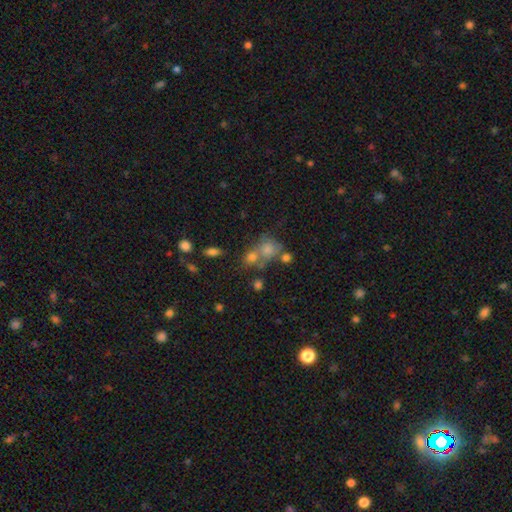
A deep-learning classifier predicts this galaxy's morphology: A smooth galaxy with no disk features (56%) that is round (76%). Merging: none (49%).